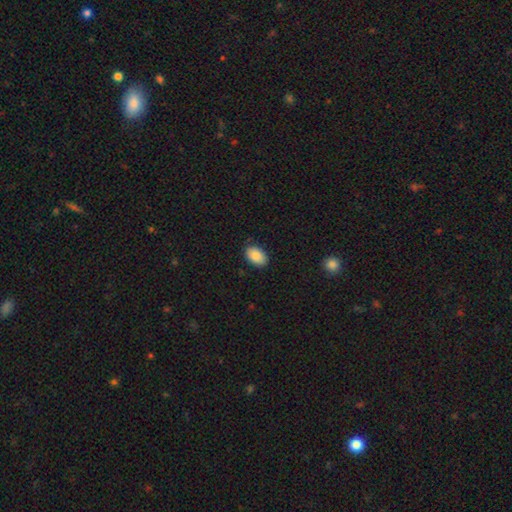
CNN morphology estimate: Overall: smooth (88%). How rounded: in between (90%). Merging: none (87%).